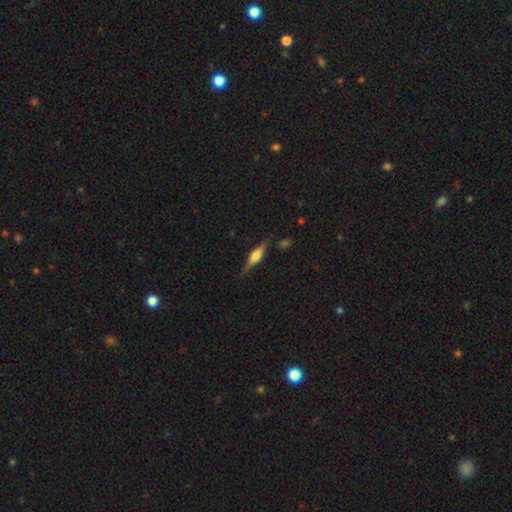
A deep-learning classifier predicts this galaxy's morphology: The model was most divided on "smooth or featured": featured or disk: 73%, smooth: 20%, star or artifact: 6%. More confident: edge-on disk — yes (97%); merging — none (84%); edge-on bulge — rounded (83%).